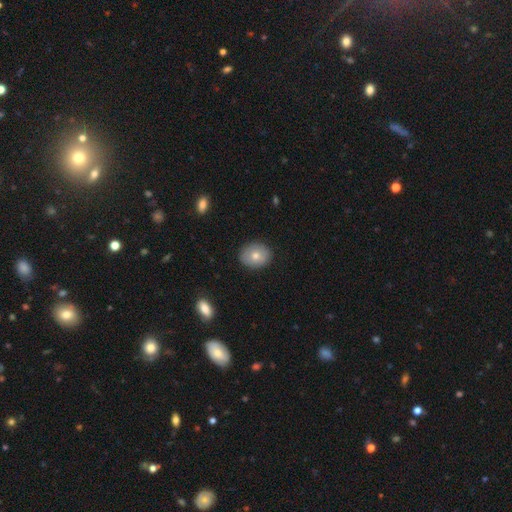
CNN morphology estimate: Smooth or featured? Predicted: smooth (p=0.69). How rounded? Predicted: round (p=0.55). Merging? Predicted: none (p=0.87).